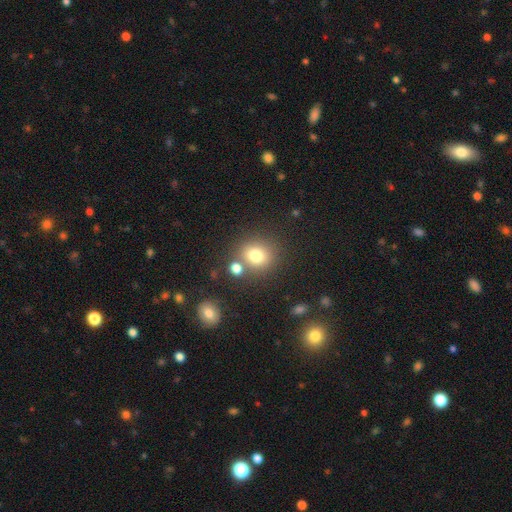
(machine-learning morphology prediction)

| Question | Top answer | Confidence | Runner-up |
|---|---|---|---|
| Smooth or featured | smooth | 77% | star or artifact (14%) |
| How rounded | round | 80% | in between (19%) |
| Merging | none | 68% | merger (18%) |